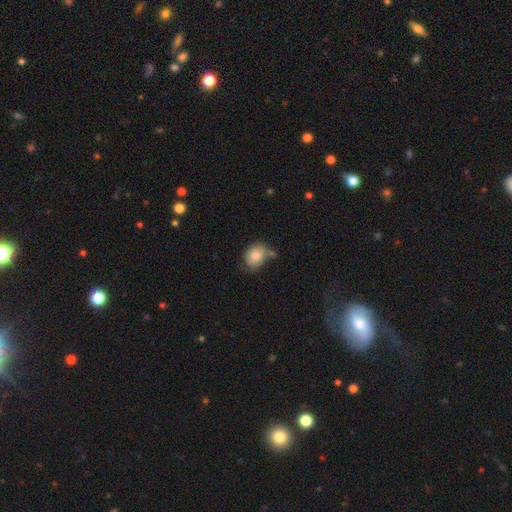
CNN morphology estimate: A smooth galaxy with no disk features (72%) that is in between round and cigar-shaped (55%). Merging: none (50%).